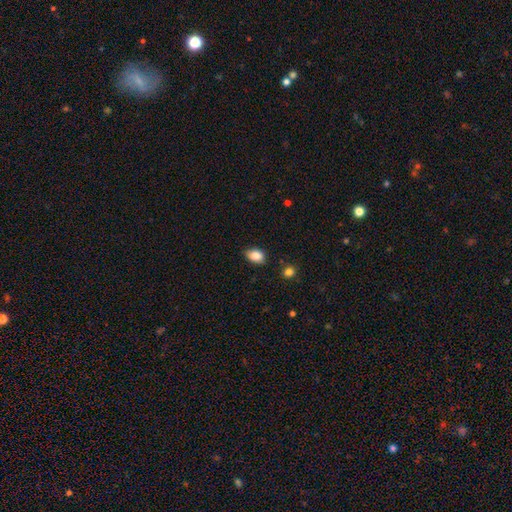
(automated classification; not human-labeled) Smooth or featured: smooth — 87% (star or artifact — 9%)
How rounded: in between — 82% (round — 17%)
Merging: none — 81% (minor disturbance — 15%)